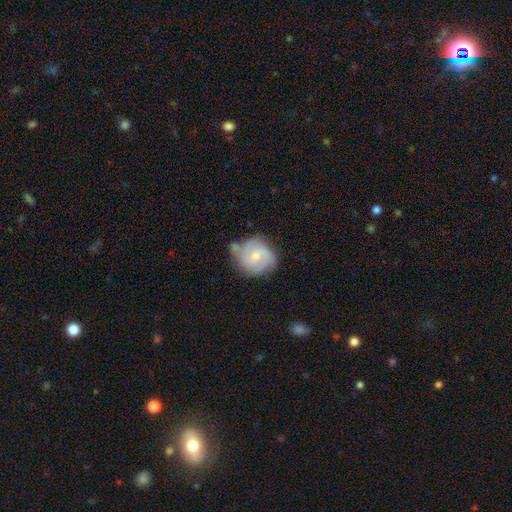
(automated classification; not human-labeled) Morphology: type=featured or disk (60%); edge-on=no (98%); bar=no (54%); spiral arms=yes (87%); winding=tight (43%); arm count=2 (32%); bulge=small (57%); merging=none (56%).